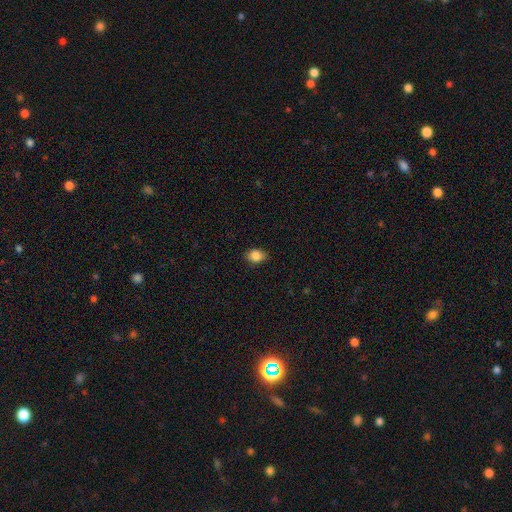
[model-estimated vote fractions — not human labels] A smooth galaxy with no disk features (86%) that is in between round and cigar-shaped (59%). Merging: none (83%).